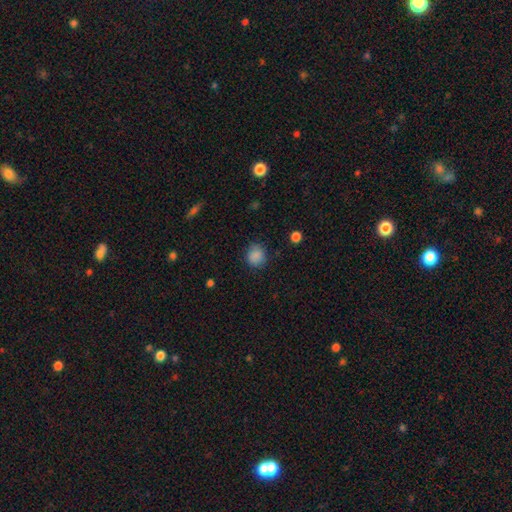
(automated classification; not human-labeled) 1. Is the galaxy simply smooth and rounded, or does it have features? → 87% smooth, 10% star or artifact, 4% featured or disk.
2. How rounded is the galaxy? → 79% round, 20% in between, 1% cigar-shaped.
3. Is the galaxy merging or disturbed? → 83% none, 13% minor disturbance, 3% major disturbance, 1% merger.